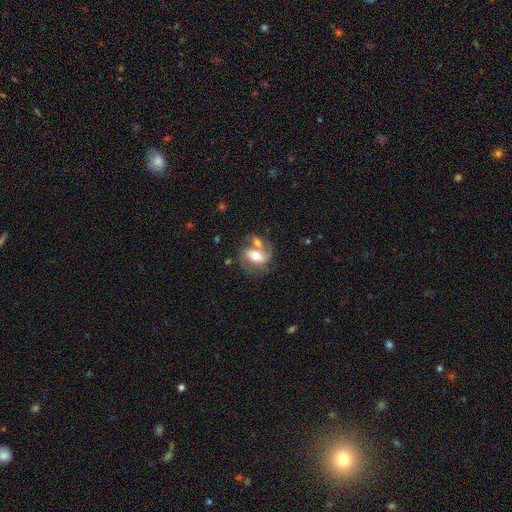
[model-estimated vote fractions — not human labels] smooth_or_featured: featured or disk (p=0.60) [alt: smooth p=0.33]
disk_edge_on: no (p=0.96) [alt: yes p=0.04]
bar: no (p=0.38) [tied with: weak p=0.38]
has_spiral_arms: yes (p=0.78) [alt: no p=0.22]
bulge_size: moderate (p=0.62) [alt: large p=0.22]
merging: none (p=0.38) [alt: merger p=0.33]